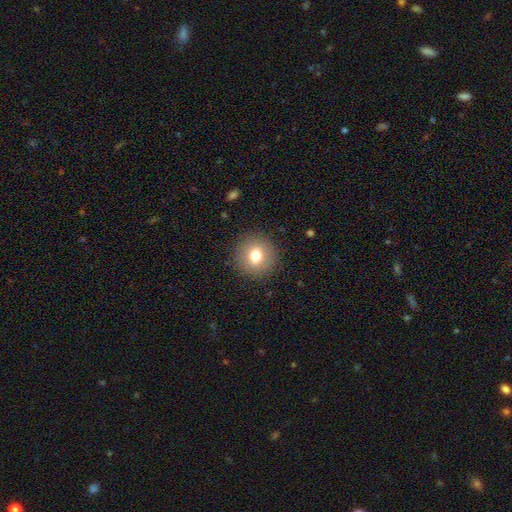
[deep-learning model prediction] Morphology: type=smooth (75%); roundness=round (89%); merging=none (89%).